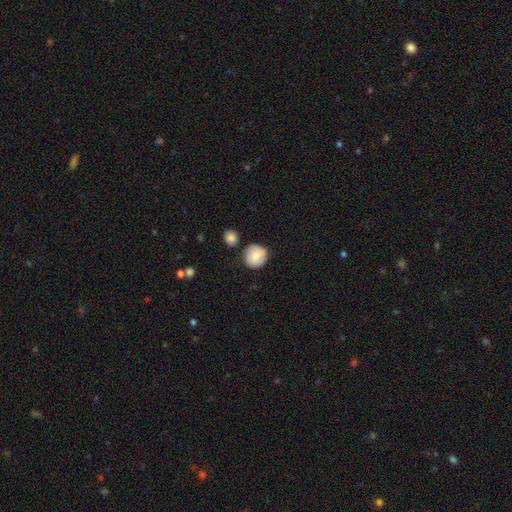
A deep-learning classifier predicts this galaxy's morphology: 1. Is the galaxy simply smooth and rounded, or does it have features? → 80% smooth, 12% featured or disk, 8% star or artifact.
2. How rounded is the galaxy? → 92% round, 8% in between, 1% cigar-shaped.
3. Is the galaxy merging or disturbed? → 78% none, 14% minor disturbance, 5% merger, 3% major disturbance.